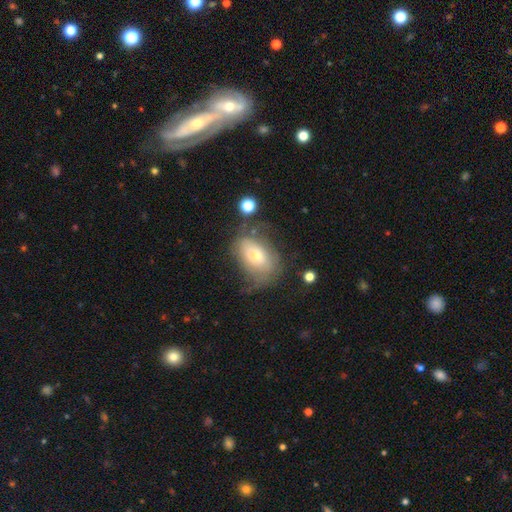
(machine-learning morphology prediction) smooth-or-featured: smooth: 52% | featured or disk: 38% | star or artifact: 10%
  how-rounded: in between: 82% | round: 16% | cigar-shaped: 2%
  merging: none: 44% | minor disturbance: 28% | major disturbance: 24% | merger: 5%